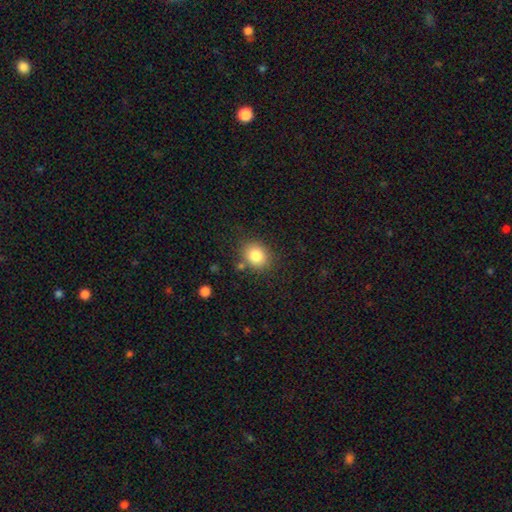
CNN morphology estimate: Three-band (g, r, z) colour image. It shows a smooth galaxy with no disk features (83%) that is round (61%). Merging: none (81%).